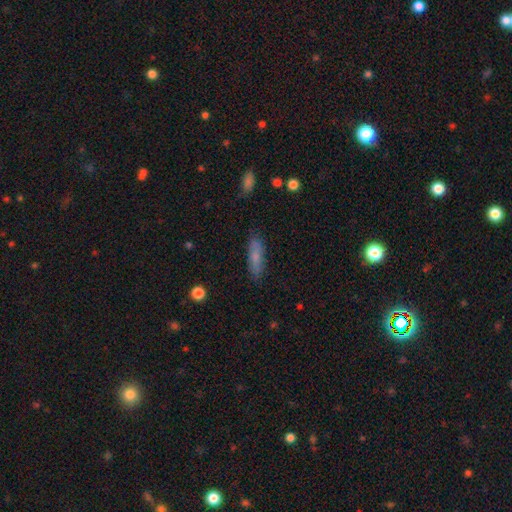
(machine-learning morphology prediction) smooth_or_featured: smooth (p=0.72) [alt: featured or disk p=0.21]
how_rounded: cigar-shaped (p=0.58) [alt: in between p=0.40]
merging: none (p=0.83) [alt: minor disturbance p=0.12]